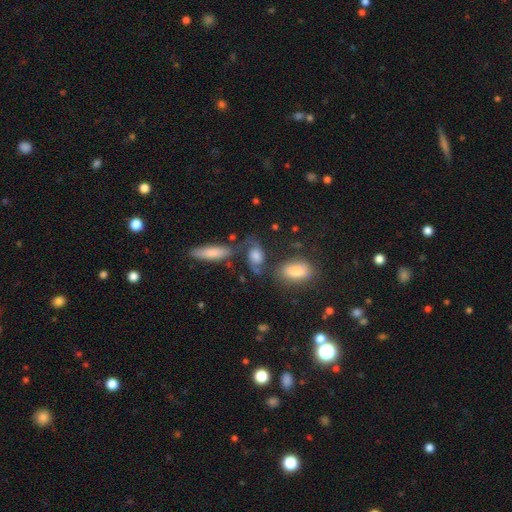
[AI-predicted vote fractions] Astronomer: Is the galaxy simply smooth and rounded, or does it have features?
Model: smooth — 51% (runner-up: featured or disk, 37%).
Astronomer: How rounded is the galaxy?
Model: in between — 78%.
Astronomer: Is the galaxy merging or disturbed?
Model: none — 49%.